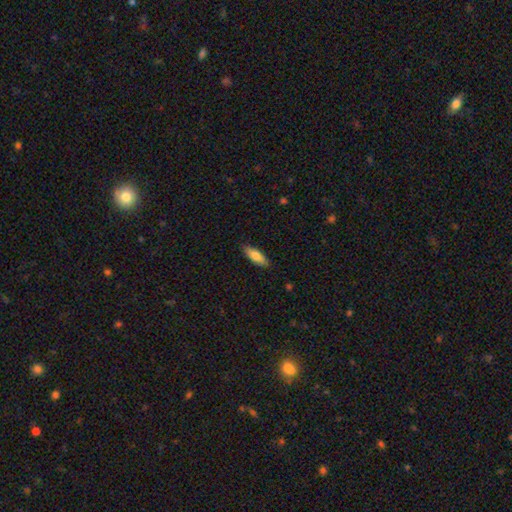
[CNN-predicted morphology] smooth-or-featured: smooth: 77% | featured or disk: 17% | star or artifact: 6%
  how-rounded: in between: 58% | cigar-shaped: 40% | round: 2%
  merging: none: 88% | minor disturbance: 10% | major disturbance: 2% | merger: 1%